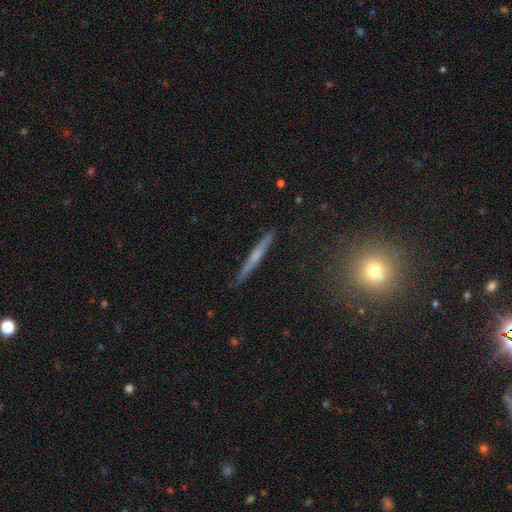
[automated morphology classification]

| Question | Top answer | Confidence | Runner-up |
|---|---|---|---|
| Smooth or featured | featured or disk | 57% | smooth (35%) |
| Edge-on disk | yes | 97% | no (3%) |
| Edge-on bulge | rounded | 47% | none (46%) |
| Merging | none | 88% | minor disturbance (9%) |